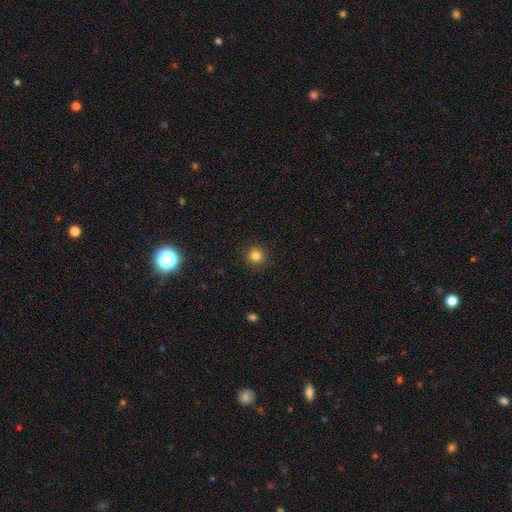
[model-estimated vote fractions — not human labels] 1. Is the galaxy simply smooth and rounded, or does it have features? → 83% smooth, 12% star or artifact, 5% featured or disk.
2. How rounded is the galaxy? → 93% round, 6% in between, 1% cigar-shaped.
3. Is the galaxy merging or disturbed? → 91% none, 6% minor disturbance, 2% major disturbance, 1% merger.